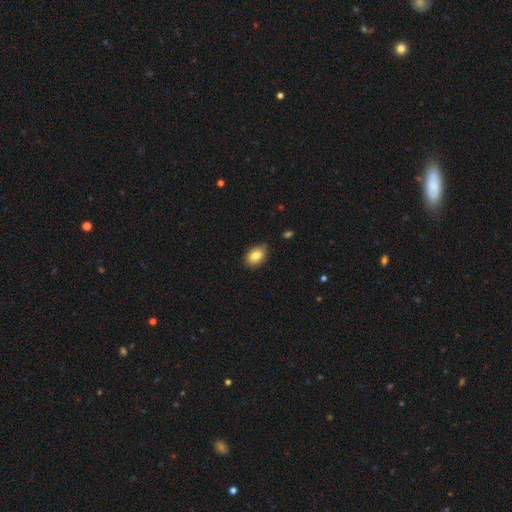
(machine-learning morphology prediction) This is clearly a smooth galaxy (82%). How rounded: clearly in between (81%). Merging: clearly none (81%).